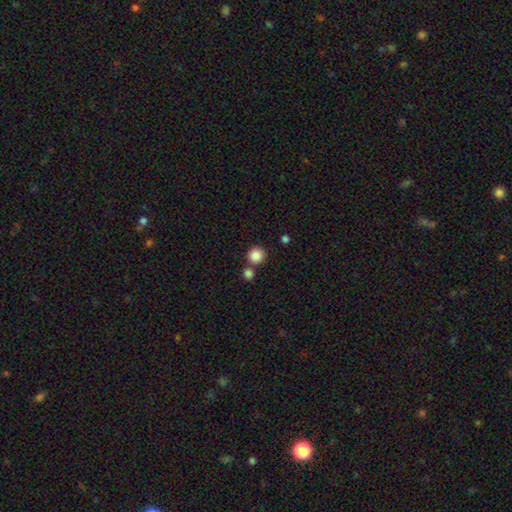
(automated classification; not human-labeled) smooth-or-featured: smooth: 86% | star or artifact: 10% | featured or disk: 4%
  how-rounded: round: 92% | in between: 7% | cigar-shaped: 1%
  merging: none: 71% | merger: 19% | minor disturbance: 7% | major disturbance: 3%